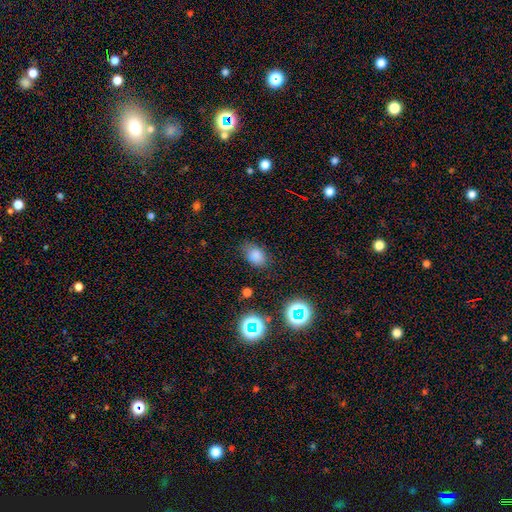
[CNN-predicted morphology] The model was most divided on "how rounded": in between: 75%, round: 23%, cigar-shaped: 1%. More confident: smooth or featured — smooth (78%); merging — none (73%).